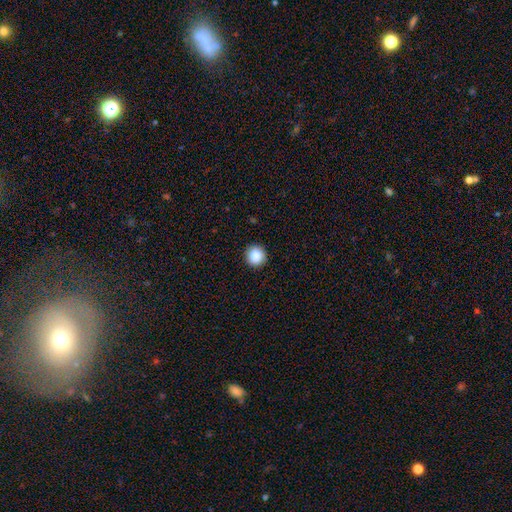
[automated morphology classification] Smooth or featured: smooth — 87% (star or artifact — 9%)
How rounded: round — 93% (in between — 6%)
Merging: none — 92% (minor disturbance — 6%)